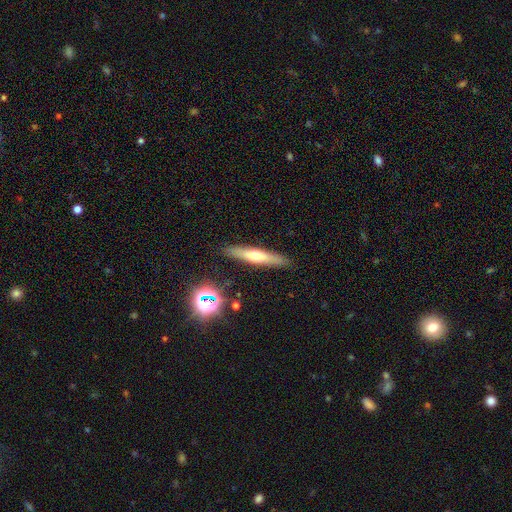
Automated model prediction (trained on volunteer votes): Morphology: type=featured or disk (47%); merging=none (89%).